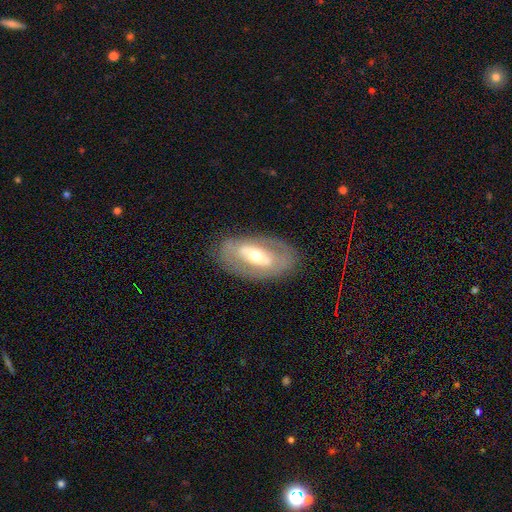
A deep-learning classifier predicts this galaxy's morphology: featured or disk 66%, smooth 27%, star or artifact 6%. Down the decision tree: edge-on disk — no (89%); bar — no (40%); spiral arms — no (63%); bulge size — moderate (59%); merging — none (78%).